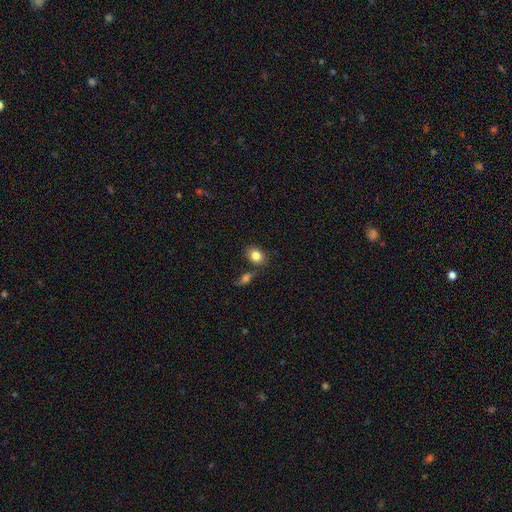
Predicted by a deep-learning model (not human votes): Q: Smooth or featured?
A: smooth (84%); runner-up: star or artifact (9%)
Q: How rounded?
A: in between (63%); runner-up: round (36%)
Q: Merging?
A: none (73%); runner-up: minor disturbance (12%)